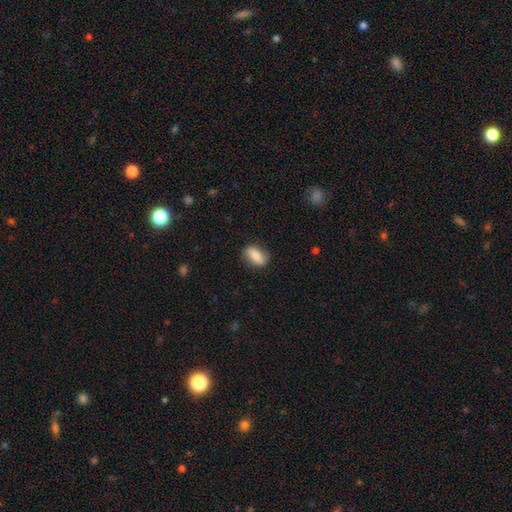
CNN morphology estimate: This appears to be a smooth galaxy with no disk features (74%) that is in between round and cigar-shaped (83%). Merging: none (83%).